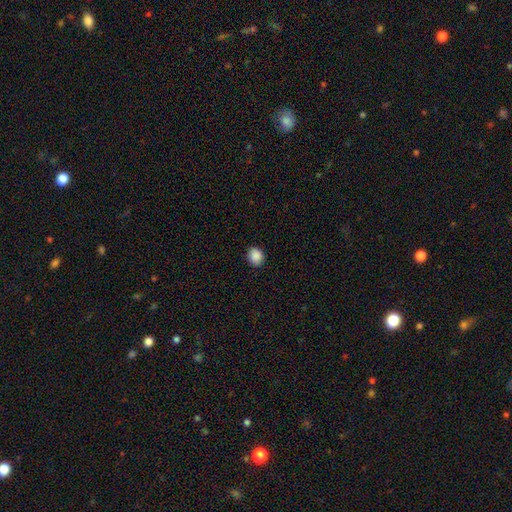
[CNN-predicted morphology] This appears to be a smooth galaxy with no disk features (89%) that is round (69%). Merging: none (89%).